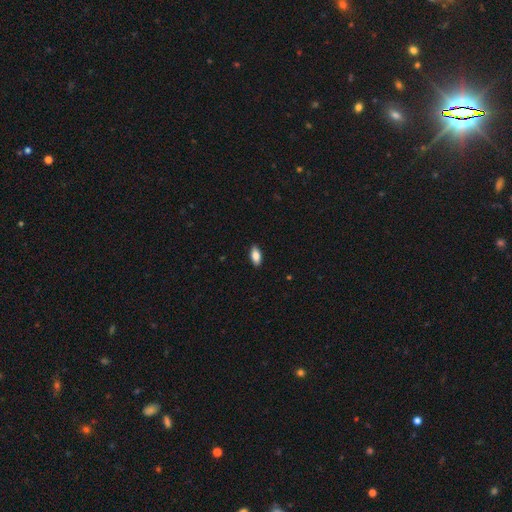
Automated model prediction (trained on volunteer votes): Morphology: type=smooth (85%); roundness=in between (89%); merging=none (89%).